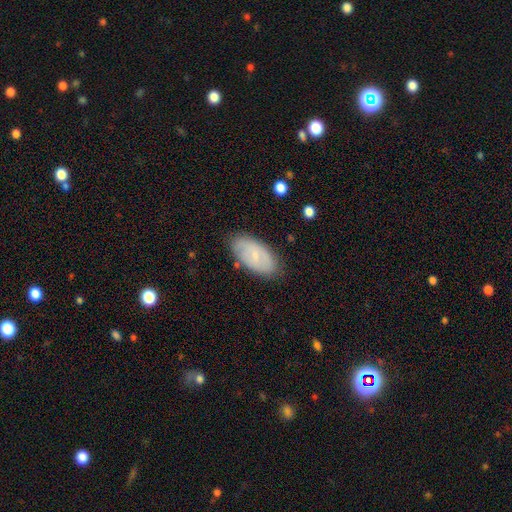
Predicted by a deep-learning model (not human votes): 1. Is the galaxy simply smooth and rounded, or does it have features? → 49% smooth, 44% featured or disk, 7% star or artifact.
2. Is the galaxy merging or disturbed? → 79% none, 16% minor disturbance, 4% major disturbance, 2% merger.